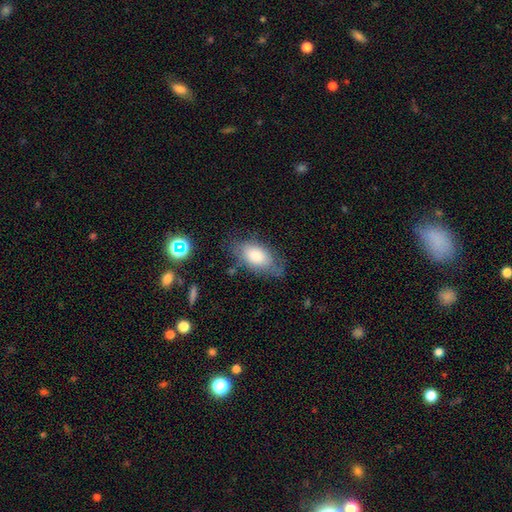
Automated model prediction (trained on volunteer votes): The model was most divided on "merging": none: 66%, minor disturbance: 24%, major disturbance: 8%, merger: 3%. More confident: how rounded — in between (91%); smooth or featured — smooth (76%).